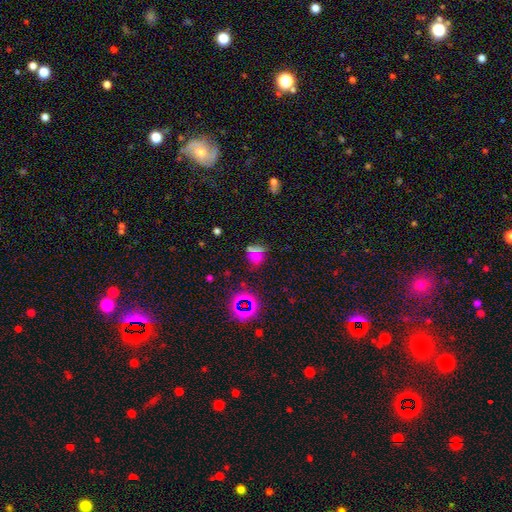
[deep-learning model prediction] Smooth or featured?
  - star or artifact: 46% *
  - smooth: 45%
  - featured or disk: 9%